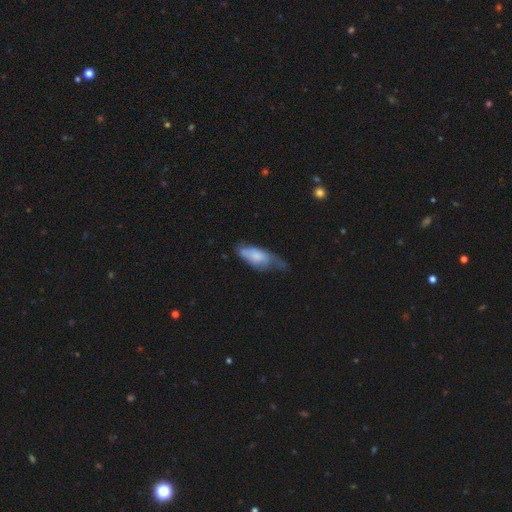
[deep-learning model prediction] smooth_or_featured: smooth (p=0.58) [alt: featured or disk p=0.35]
how_rounded: in between (p=0.75) [alt: cigar-shaped p=0.23]
merging: minor disturbance (p=0.39) [alt: none p=0.29]